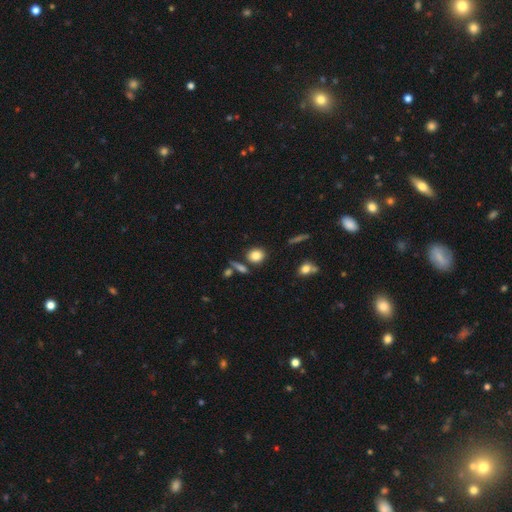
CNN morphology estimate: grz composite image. It shows a smooth galaxy with no disk features (82%) that is round (73%). Merging: none (77%).